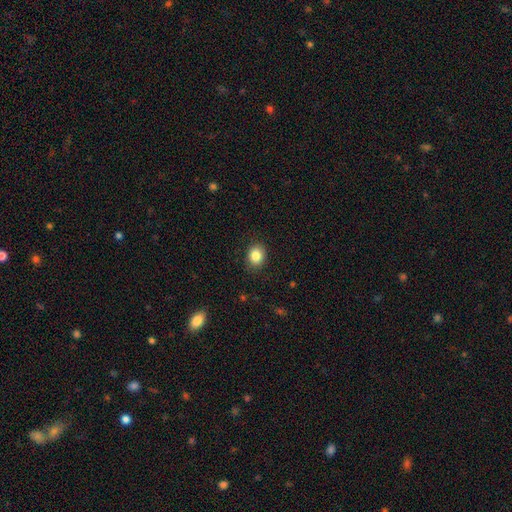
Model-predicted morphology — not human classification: Smooth or featured? Predicted: smooth (p=0.86). How rounded? Predicted: round (p=0.54). Merging? Predicted: none (p=0.87).